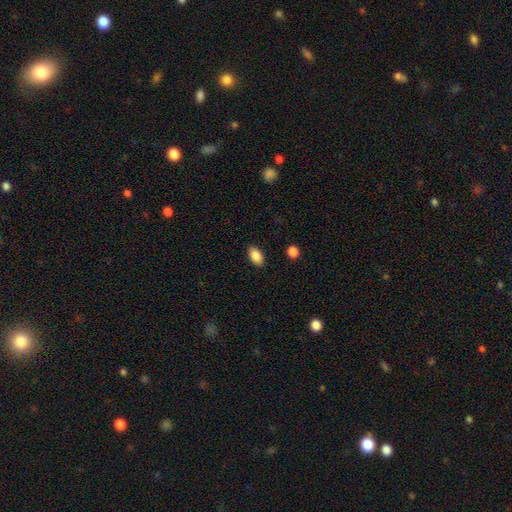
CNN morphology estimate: A smooth galaxy with no disk features (88%) that is in between round and cigar-shaped (91%).

Vote fractions:
- Smooth or featured? smooth: 88% / star or artifact: 8% / featured or disk: 5%
- How rounded? in between: 91% / round: 7% / cigar-shaped: 2%
- Merging? none: 89% / minor disturbance: 8% / major disturbance: 2% / merger: 1%